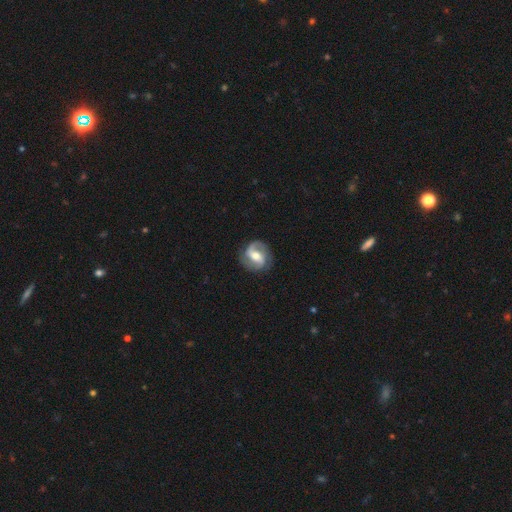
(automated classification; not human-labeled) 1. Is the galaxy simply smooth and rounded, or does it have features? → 86% featured or disk, 10% smooth, 5% star or artifact.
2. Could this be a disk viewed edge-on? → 98% no, 2% yes.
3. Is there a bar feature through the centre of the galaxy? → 45% weak, 33% strong, 22% no.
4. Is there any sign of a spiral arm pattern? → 96% yes, 4% no.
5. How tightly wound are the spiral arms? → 51% medium, 26% loose, 23% tight.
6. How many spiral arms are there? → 92% 2, 3% can't tell, 2% 1, 1% 3, 1% 4, 1% more than 4.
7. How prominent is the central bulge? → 69% moderate, 20% small, 9% large, 2% none, 1% dominant.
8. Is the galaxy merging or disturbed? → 84% none, 11% minor disturbance, 4% major disturbance, 1% merger.